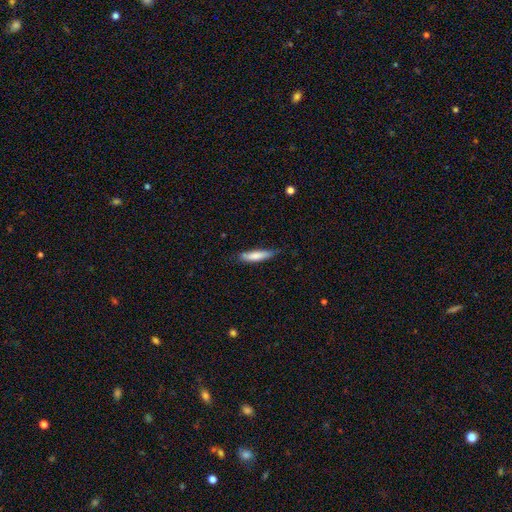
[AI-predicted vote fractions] Smooth or featured: smooth — 77% (featured or disk — 18%)
How rounded: cigar-shaped — 76% (in between — 22%)
Merging: none — 71% (minor disturbance — 23%)